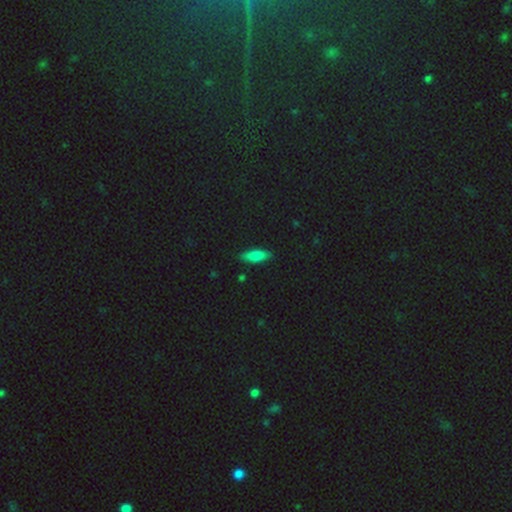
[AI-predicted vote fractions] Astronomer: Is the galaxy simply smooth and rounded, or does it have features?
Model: smooth — 77%.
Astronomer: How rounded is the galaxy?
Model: in between — 67%.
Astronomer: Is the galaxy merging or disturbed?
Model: none — 86%.